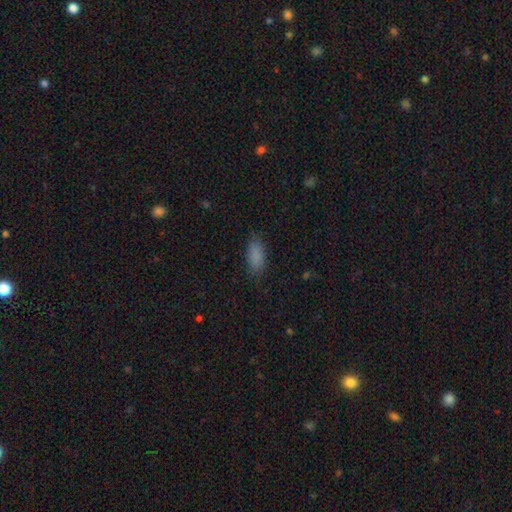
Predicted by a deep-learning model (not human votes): smooth_or_featured: smooth (p=0.86) [alt: star or artifact p=0.09]
how_rounded: in between (p=0.86) [alt: cigar-shaped p=0.11]
merging: none (p=0.80) [alt: minor disturbance p=0.15]